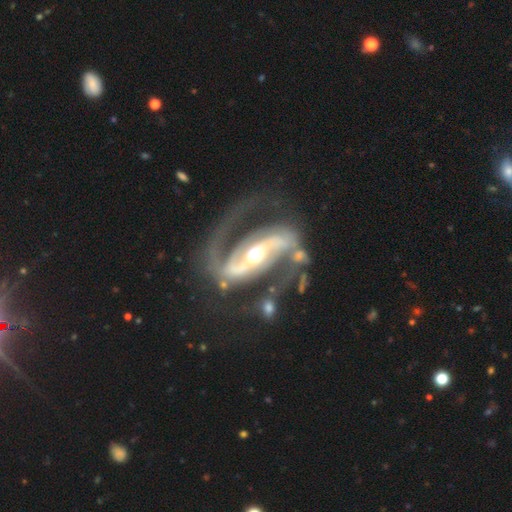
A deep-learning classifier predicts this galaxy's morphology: This appears to be a featured or disk galaxy (93%) with a strong bar (65%), 2 (92%) medium (57%) spiral arms (98%) and a moderate central bulge (59%). Merging: none (61%).